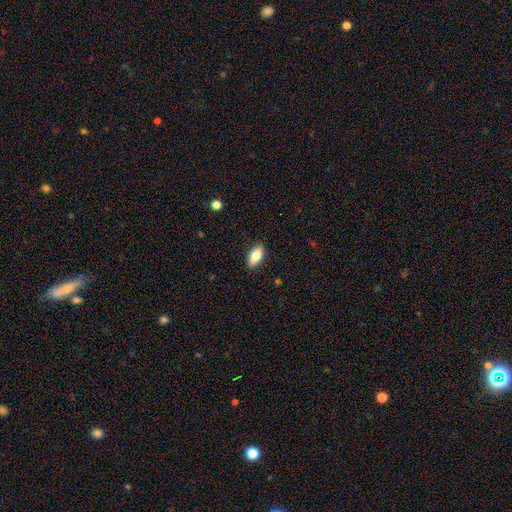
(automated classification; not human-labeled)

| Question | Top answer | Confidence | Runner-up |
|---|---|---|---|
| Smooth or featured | smooth | 73% | featured or disk (20%) |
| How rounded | in between | 86% | cigar-shaped (11%) |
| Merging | none | 88% | minor disturbance (9%) |